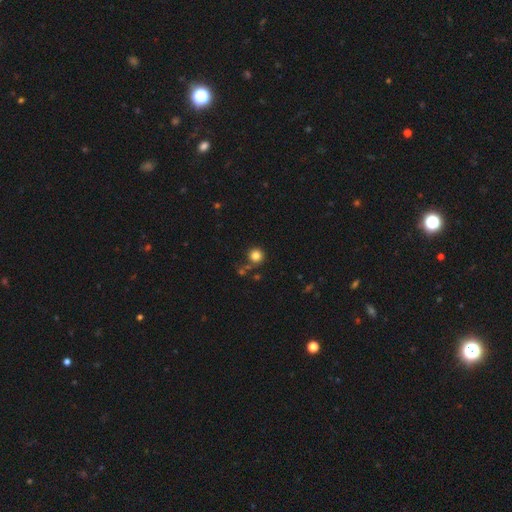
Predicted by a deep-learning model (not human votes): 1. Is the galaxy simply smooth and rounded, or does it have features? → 83% smooth, 12% star or artifact, 5% featured or disk.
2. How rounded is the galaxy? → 94% round, 5% in between, 1% cigar-shaped.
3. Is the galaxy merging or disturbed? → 80% none, 9% minor disturbance, 8% merger, 3% major disturbance.